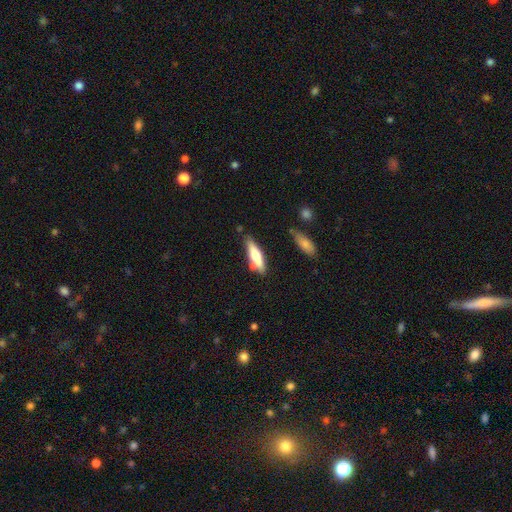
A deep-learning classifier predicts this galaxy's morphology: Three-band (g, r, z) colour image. It shows a smooth galaxy with no disk features (51%) that is cigar-shaped (69%). Merging: none (68%).